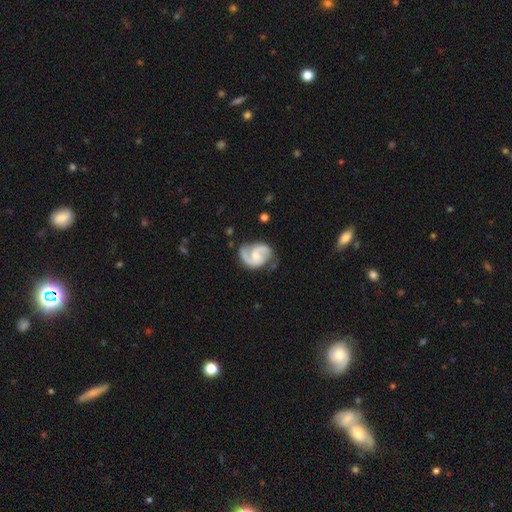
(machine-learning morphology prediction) type=featured or disk (87%); edge-on=no (98%); bar=no (46%); spiral arms=yes (97%); winding=medium (55%); arm count=2 (90%); bulge=small (45%); merging=none (69%).